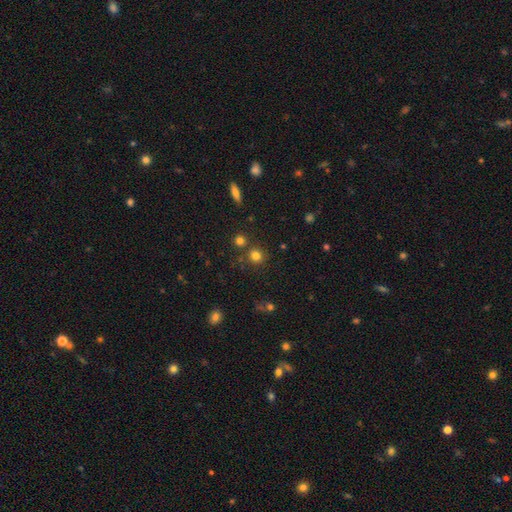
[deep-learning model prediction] This appears to be a smooth galaxy with no disk features (77%) that is round (90%). Merging: none (79%).